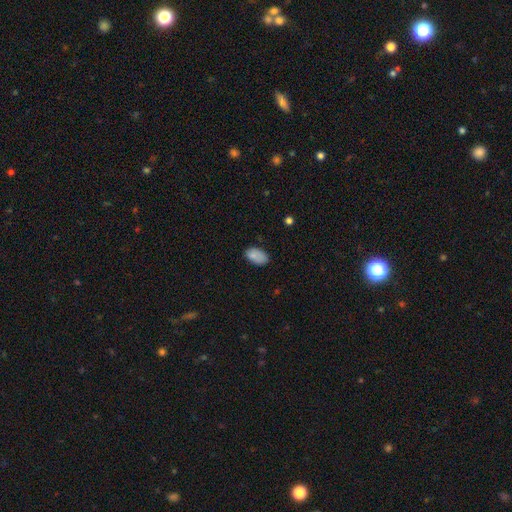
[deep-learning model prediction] The model was most divided on "merging": none: 72%, minor disturbance: 21%, major disturbance: 5%, merger: 2%. More confident: how rounded — in between (93%); smooth or featured — smooth (84%).